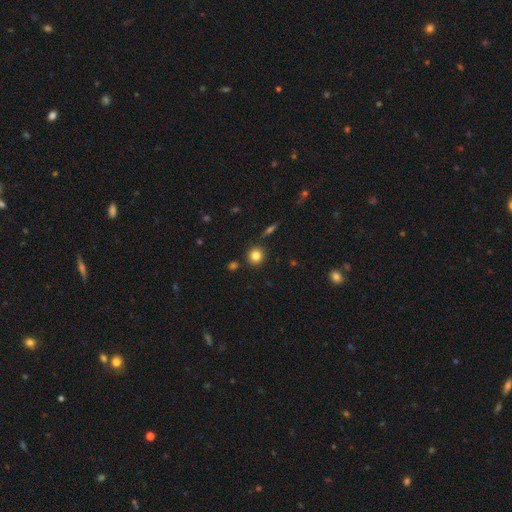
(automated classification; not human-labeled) The model was most divided on "smooth or featured": smooth: 81%, star or artifact: 11%, featured or disk: 7%. More confident: how rounded — round (88%); merging — none (87%).